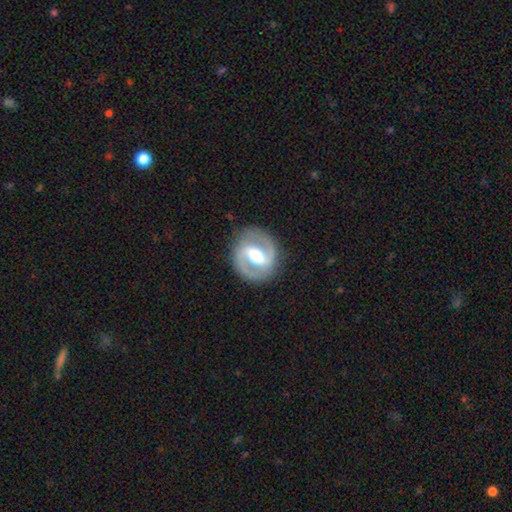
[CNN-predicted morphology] type=featured or disk (86%); edge-on=no (97%); bar=strong (50%); spiral arms=yes (91%); winding=medium (54%); arm count=2 (92%); bulge=moderate (71%); merging=none (87%).